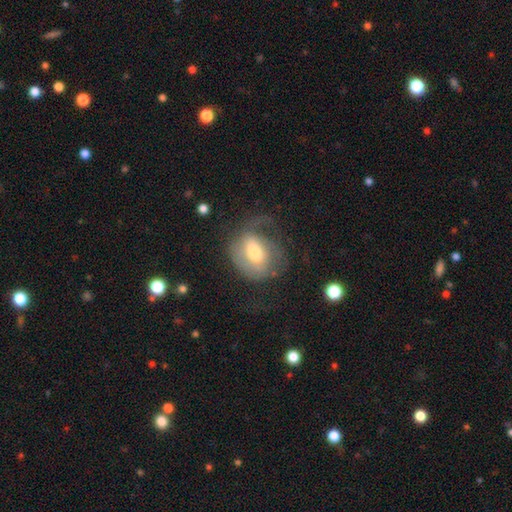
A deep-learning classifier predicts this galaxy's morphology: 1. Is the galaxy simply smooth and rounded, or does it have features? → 46% featured or disk (tied), 46% smooth (tied), 8% star or artifact.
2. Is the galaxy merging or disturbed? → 40% major disturbance, 35% none, 23% minor disturbance, 2% merger.